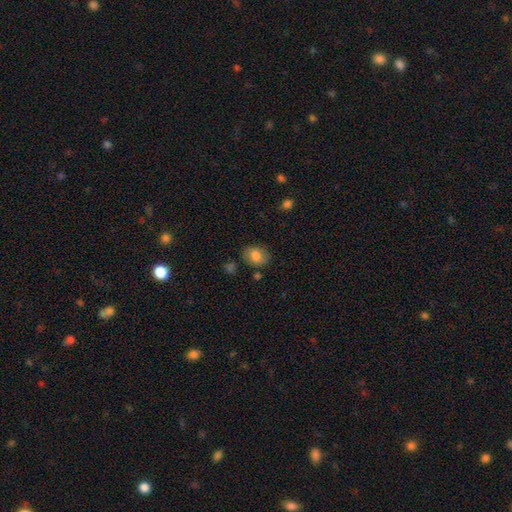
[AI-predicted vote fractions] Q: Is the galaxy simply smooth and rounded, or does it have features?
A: smooth — 77%.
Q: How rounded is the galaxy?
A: in between — 60%.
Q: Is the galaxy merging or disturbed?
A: none — 73%.